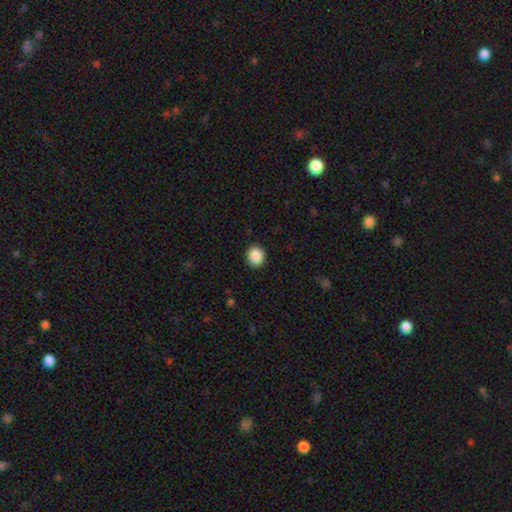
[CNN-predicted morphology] Smooth or featured? Predicted: smooth (p=0.89). How rounded? Predicted: round (p=0.80). Merging? Predicted: none (p=0.91).